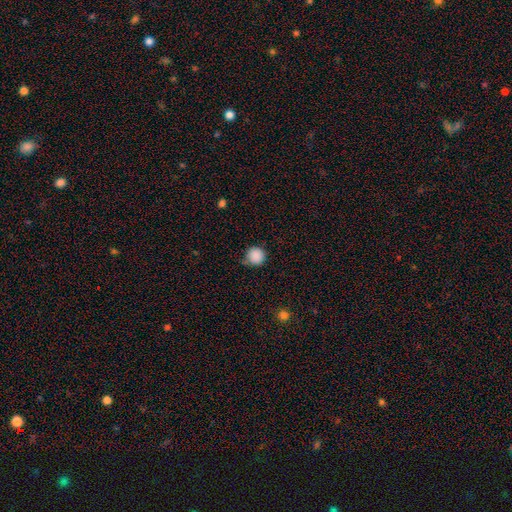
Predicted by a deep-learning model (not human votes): Q: Smooth or featured?
A: smooth (87%); runner-up: star or artifact (10%)
Q: How rounded?
A: round (94%); runner-up: in between (5%)
Q: Merging?
A: none (72%); runner-up: minor disturbance (20%)